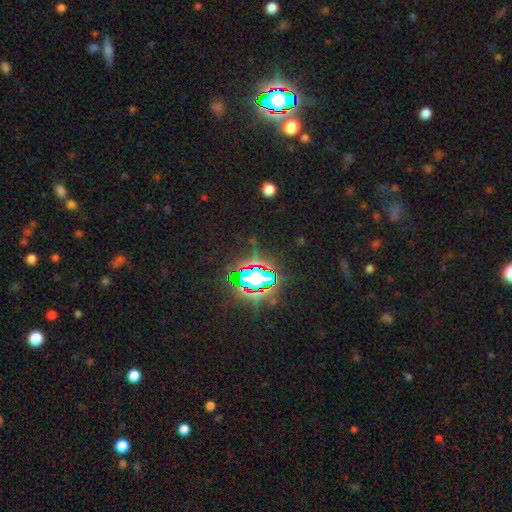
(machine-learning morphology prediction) This appears to be a star or artifact, not a galaxy (77%).